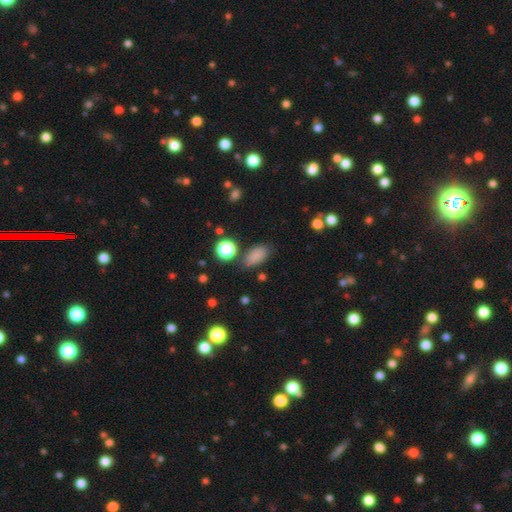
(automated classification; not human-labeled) smooth_or_featured: smooth (p=0.80) [alt: star or artifact p=0.14]
how_rounded: in between (p=0.87) [alt: round p=0.09]
merging: none (p=0.75) [alt: minor disturbance p=0.16]